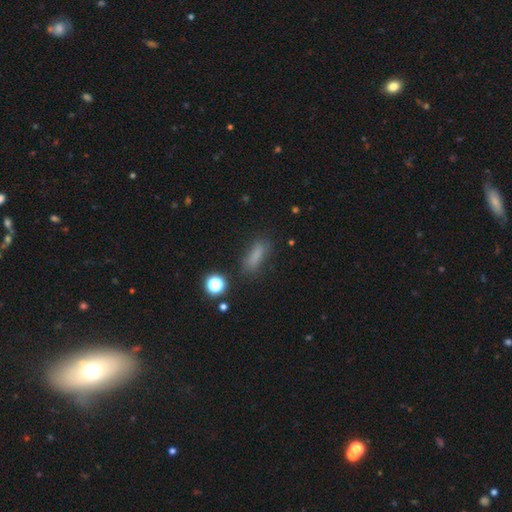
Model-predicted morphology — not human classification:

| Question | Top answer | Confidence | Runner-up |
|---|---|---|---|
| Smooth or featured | smooth | 75% | star or artifact (15%) |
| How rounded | in between | 47% | tied: cigar-shaped (47%) |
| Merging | none | 75% | minor disturbance (16%) |